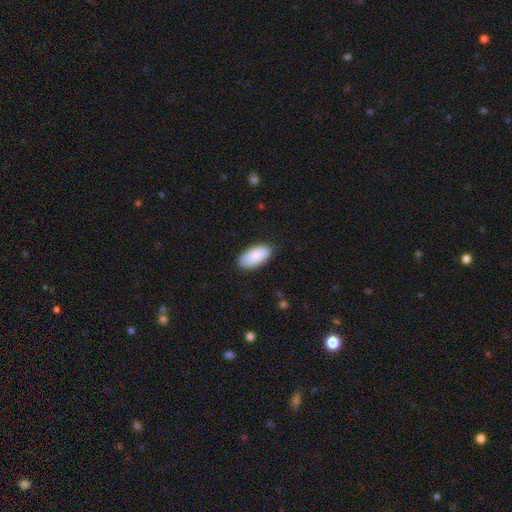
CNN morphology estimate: smooth-or-featured: smooth: 90% | star or artifact: 6% | featured or disk: 5%
  how-rounded: in between: 93% | cigar-shaped: 5% | round: 2%
  merging: none: 87% | minor disturbance: 10% | major disturbance: 2% | merger: 1%